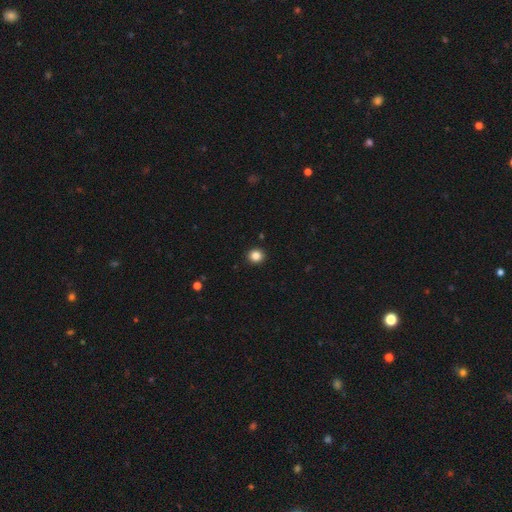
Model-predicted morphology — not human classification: smooth-or-featured: smooth: 85% | star or artifact: 11% | featured or disk: 4%
  how-rounded: round: 89% | in between: 10% | cigar-shaped: 1%
  merging: none: 93% | minor disturbance: 5% | major disturbance: 2% | merger: 1%